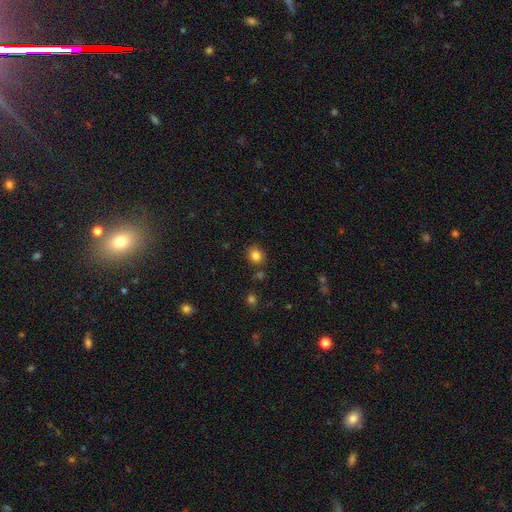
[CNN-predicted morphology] Smooth or featured? smooth (83%)
How rounded? round (76%)
Merging? none (83%)